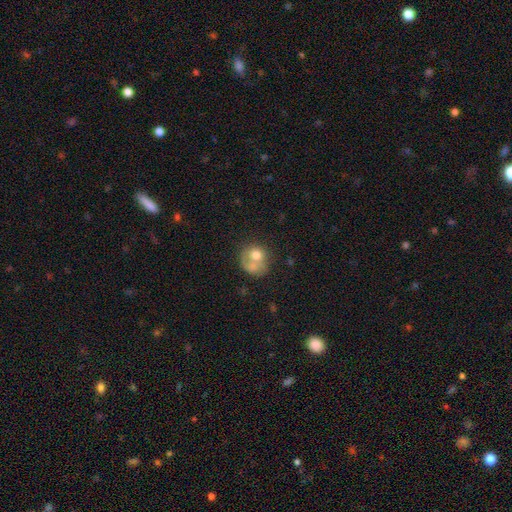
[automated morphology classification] Q: Smooth or featured?
A: smooth (66%); runner-up: featured or disk (26%)
Q: How rounded?
A: round (66%); runner-up: in between (33%)
Q: Merging?
A: merger (47%); runner-up: none (27%)